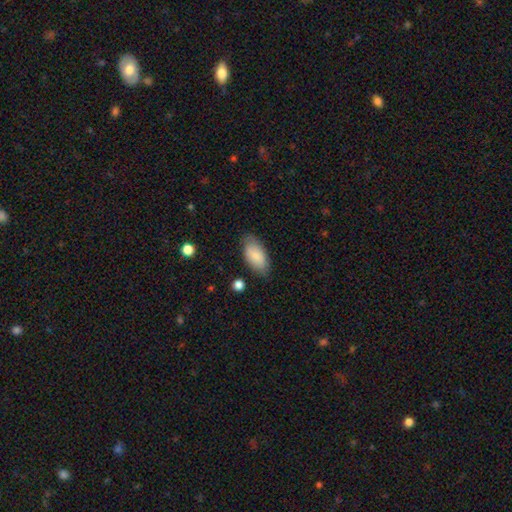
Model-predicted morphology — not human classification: A smooth galaxy with no disk features (83%) that is in between round and cigar-shaped (94%).

Vote fractions:
- Smooth or featured? smooth: 83% / featured or disk: 11% / star or artifact: 6%
- How rounded? in between: 94% / cigar-shaped: 4% / round: 3%
- Merging? none: 79% / minor disturbance: 16% / major disturbance: 3% / merger: 2%